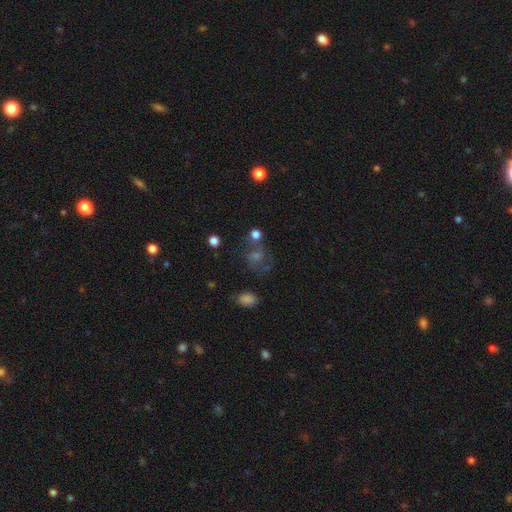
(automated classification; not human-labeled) Overall: featured or disk (36%; smooth 32%). Merging: none (56%; minor disturbance 17%).